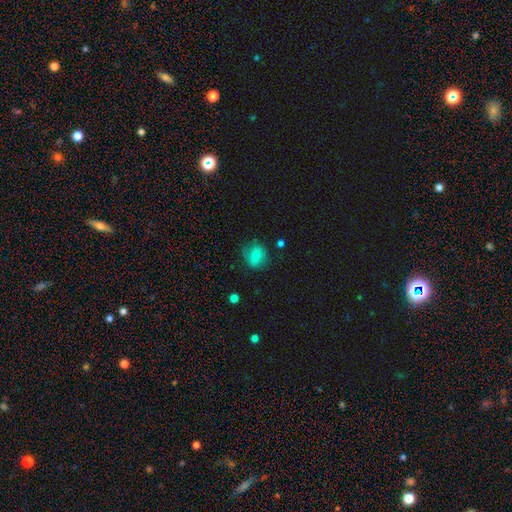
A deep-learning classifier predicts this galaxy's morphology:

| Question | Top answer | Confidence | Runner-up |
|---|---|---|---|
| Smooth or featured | smooth | 70% | featured or disk (20%) |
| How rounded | round | 68% | in between (30%) |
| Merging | none | 74% | minor disturbance (18%) |